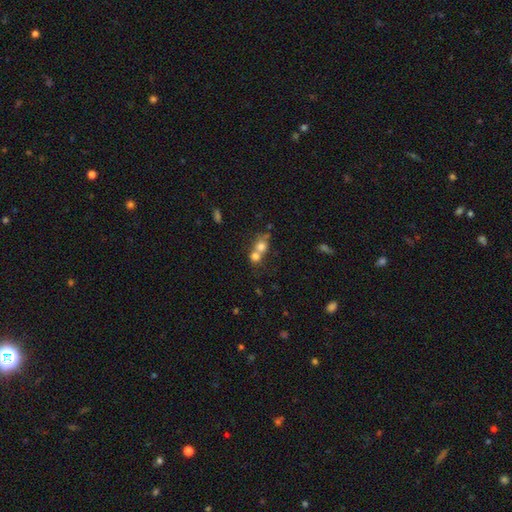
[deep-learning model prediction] smooth-or-featured: smooth: 71% | featured or disk: 16% | star or artifact: 13%
  how-rounded: round: 76% | in between: 23% | cigar-shaped: 1%
  merging: merger: 65% | none: 26% | minor disturbance: 5% | major disturbance: 3%